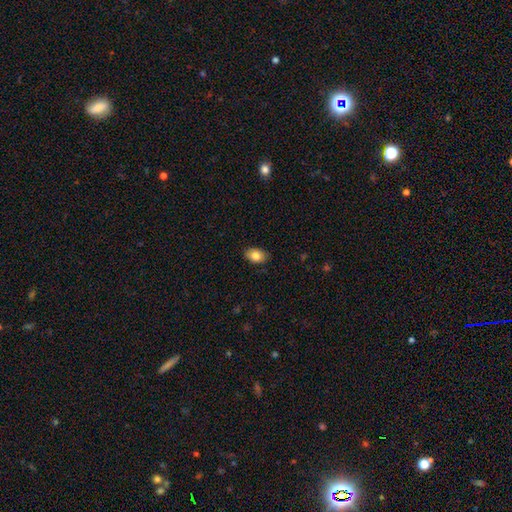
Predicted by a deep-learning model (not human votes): Smooth or featured? Predicted: smooth (p=0.84). How rounded? Predicted: in between (p=0.84). Merging? Predicted: none (p=0.86).